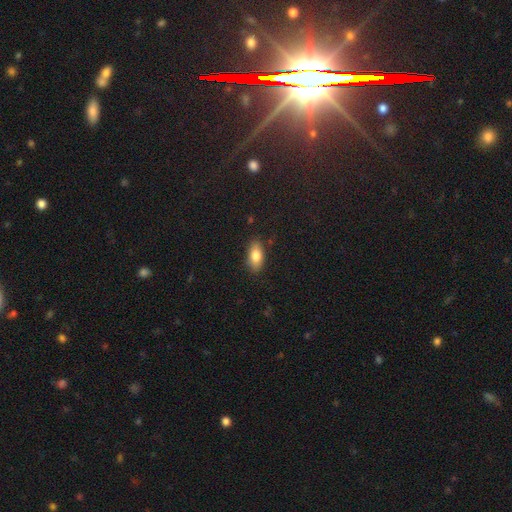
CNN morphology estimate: Q: Smooth or featured?
A: smooth (82%); runner-up: featured or disk (11%)
Q: How rounded?
A: in between (89%); runner-up: cigar-shaped (7%)
Q: Merging?
A: none (85%); runner-up: minor disturbance (11%)